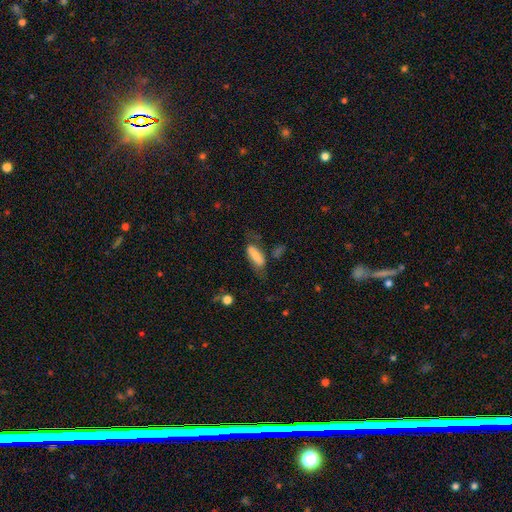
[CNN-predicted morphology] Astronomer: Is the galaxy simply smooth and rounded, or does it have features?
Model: smooth — 71%.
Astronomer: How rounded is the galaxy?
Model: in between — 59% (runner-up: cigar-shaped, 38%).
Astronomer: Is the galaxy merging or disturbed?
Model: none — 49% (runner-up: minor disturbance, 25%).